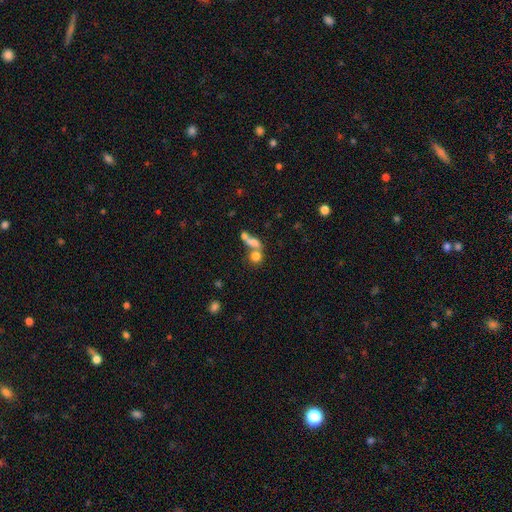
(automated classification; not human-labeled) A smooth galaxy with no disk features (72%) that is round (64%).

Vote fractions:
- Smooth or featured? smooth: 72% / featured or disk: 15% / star or artifact: 13%
- How rounded? round: 64% / in between: 30% / cigar-shaped: 6%
- Merging? merger: 53% / none: 32% / major disturbance: 8% / minor disturbance: 7%